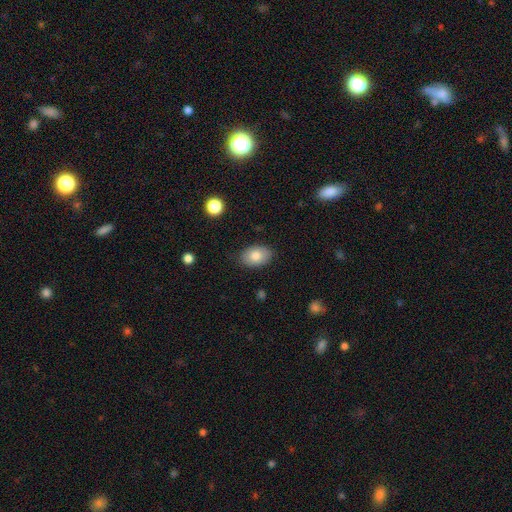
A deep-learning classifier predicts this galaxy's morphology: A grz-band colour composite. It shows a smooth galaxy with no disk features (81%) that is in between round and cigar-shaped (84%). Merging: none (83%).